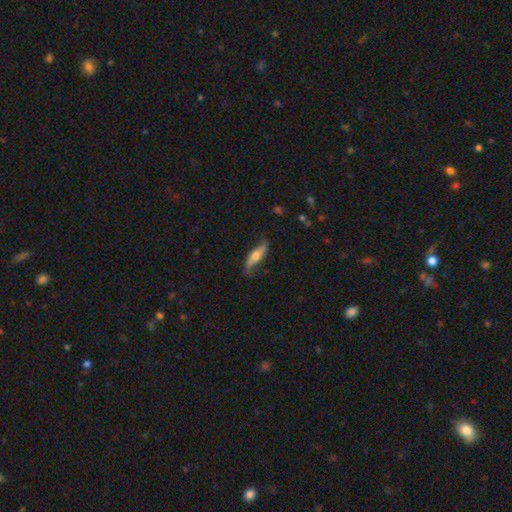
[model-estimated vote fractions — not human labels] Smooth or featured?
  - smooth: 48% *
  - featured or disk: 46%
  - star or artifact: 6%
Merging?
  - none: 69% *
  - minor disturbance: 24%
  - major disturbance: 6%
  - merger: 2%